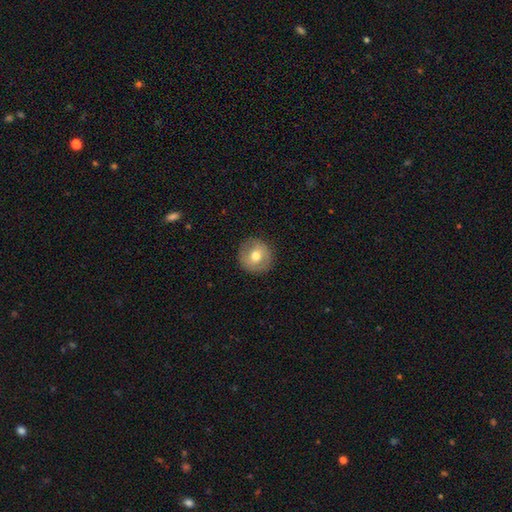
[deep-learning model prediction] smooth 63%, featured or disk 29%, star or artifact 8%. Down the decision tree: how rounded — round (93%); merging — none (88%).